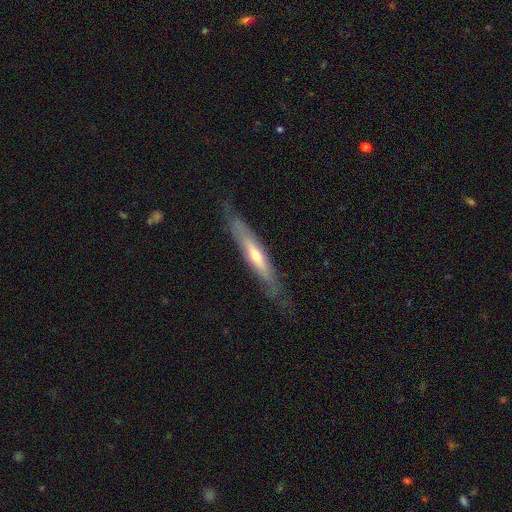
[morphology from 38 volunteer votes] This appears to be a featured or disk galaxy (55%) viewed edge-on (86%) with a rounded central bulge (56%). Merging: none (81%).